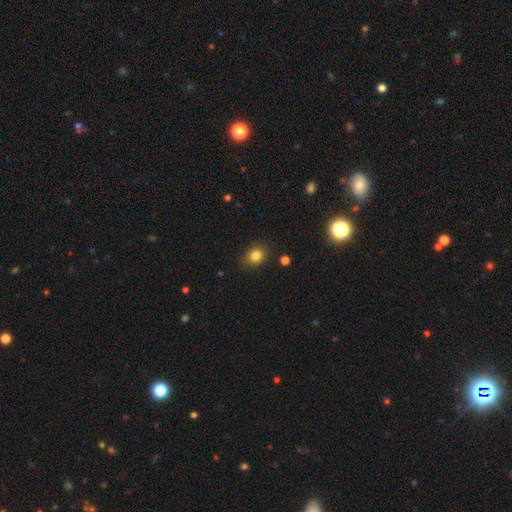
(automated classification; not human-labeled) Overall: smooth (82%). How rounded: round (56%; in between 43%). Merging: none (83%).